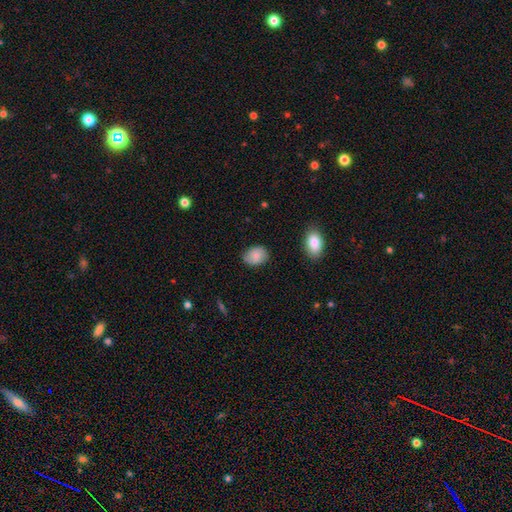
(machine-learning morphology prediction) smooth 85%, featured or disk 8%, star or artifact 7%. Down the decision tree: how rounded — in between (70%); merging — none (81%).